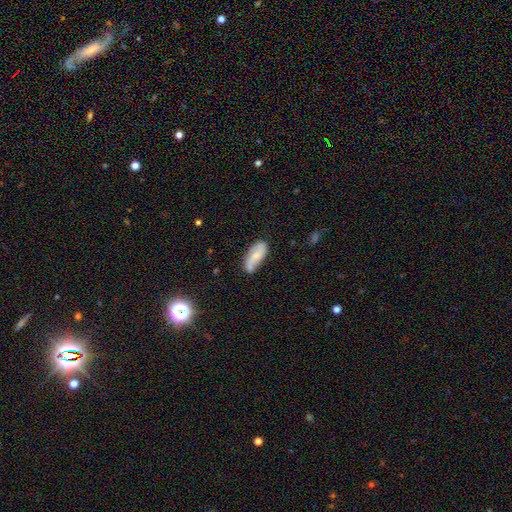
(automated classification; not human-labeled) smooth-or-featured: smooth: 51% | featured or disk: 42% | star or artifact: 7%
  how-rounded: in between: 81% | cigar-shaped: 16% | round: 3%
  merging: none: 67% | minor disturbance: 23% | major disturbance: 5% | merger: 5%